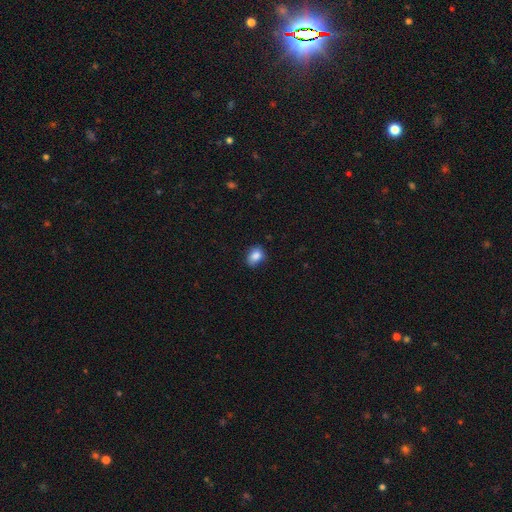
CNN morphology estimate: Q: Smooth or featured?
A: smooth (85%); runner-up: star or artifact (9%)
Q: How rounded?
A: in between (66%); runner-up: round (33%)
Q: Merging?
A: none (72%); runner-up: minor disturbance (22%)